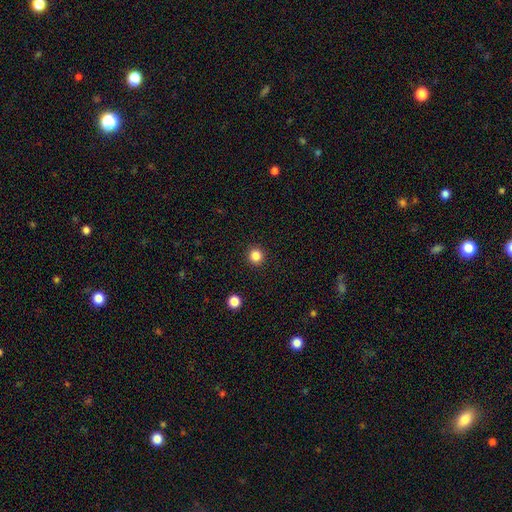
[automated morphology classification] type=smooth (84%); roundness=round (95%); merging=none (93%).